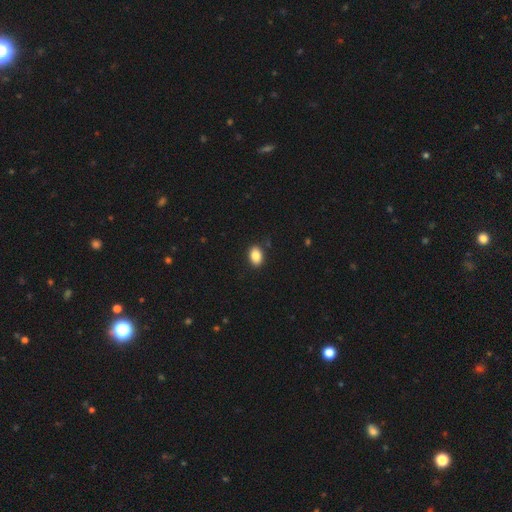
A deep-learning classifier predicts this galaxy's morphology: A smooth galaxy with no disk features (87%) that is in between round and cigar-shaped (84%).

Vote fractions:
- Smooth or featured? smooth: 87% / star or artifact: 8% / featured or disk: 5%
- How rounded? in between: 84% / round: 15% / cigar-shaped: 1%
- Merging? none: 88% / minor disturbance: 9% / major disturbance: 2% / merger: 1%